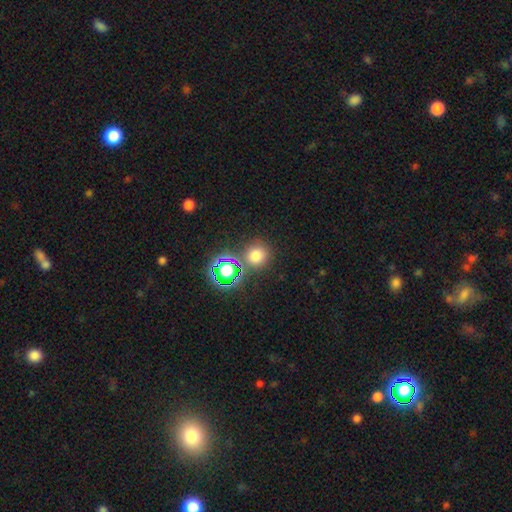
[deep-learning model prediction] smooth_or_featured: smooth (p=0.69) [alt: star or artifact p=0.24]
how_rounded: round (p=0.91) [alt: in between p=0.08]
merging: none (p=0.78) [alt: merger p=0.10]